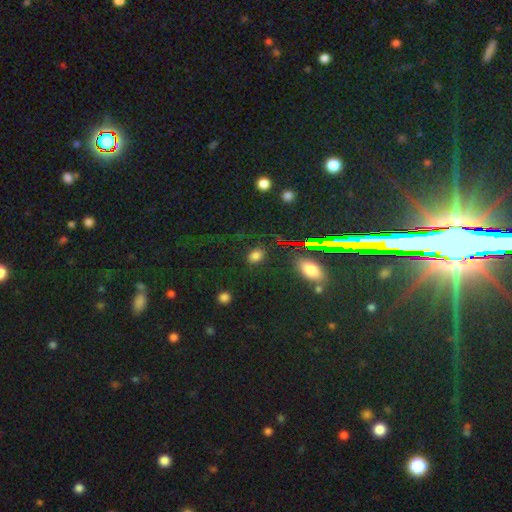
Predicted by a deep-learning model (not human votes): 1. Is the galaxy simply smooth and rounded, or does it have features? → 72% smooth, 21% star or artifact, 7% featured or disk.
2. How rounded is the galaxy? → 65% in between, 32% round, 2% cigar-shaped.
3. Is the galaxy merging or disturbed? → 83% none, 10% minor disturbance, 5% major disturbance, 3% merger.